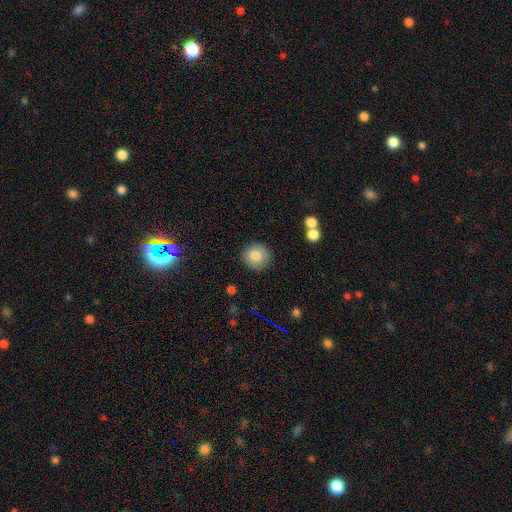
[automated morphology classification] type=smooth (81%); roundness=round (91%); merging=none (89%).